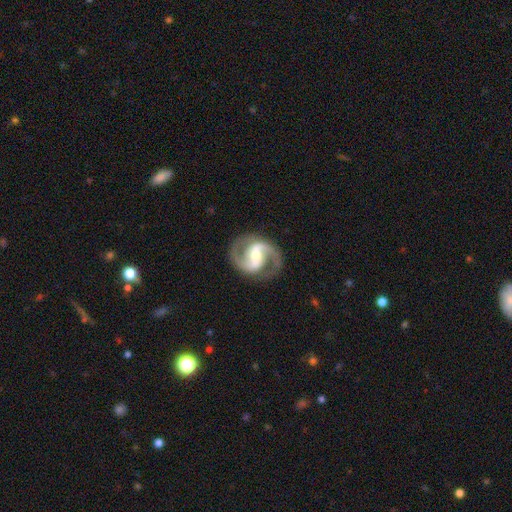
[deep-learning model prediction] Smooth or featured? featured or disk (92%)
Edge-on disk? no (98%)
Bar? strong (47%)
Spiral arms? yes (98%)
Spiral winding? medium (63%)
Spiral arm count? 2 (94%)
Bulge size? moderate (56%)
Merging? none (85%)